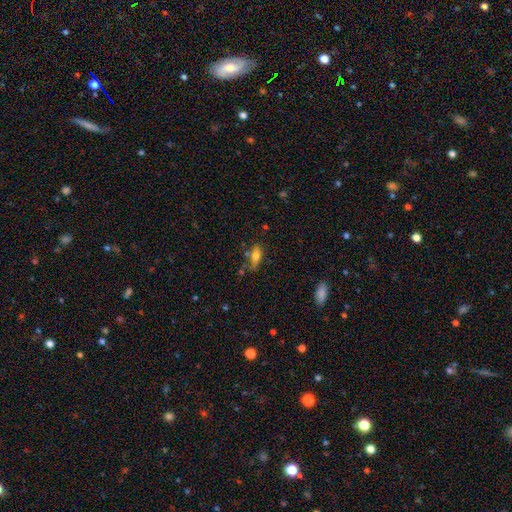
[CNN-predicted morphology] This appears to be a smooth galaxy with no disk features (71%) that is in between round and cigar-shaped (71%). Merging: none (61%).